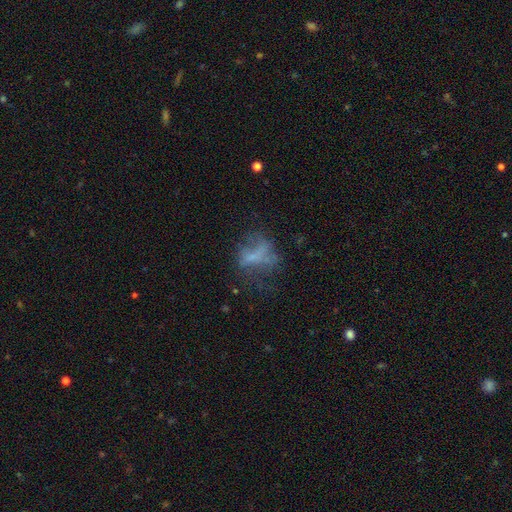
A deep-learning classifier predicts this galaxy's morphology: The model was most divided on "merging": none: 38%, major disturbance: 36%, minor disturbance: 19%, merger: 7%. Remaining: smooth or featured — featured or disk (44%).